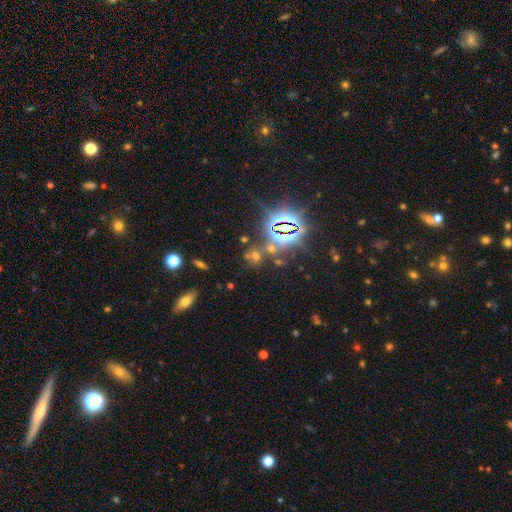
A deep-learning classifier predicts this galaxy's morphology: type=star or artifact (56%).